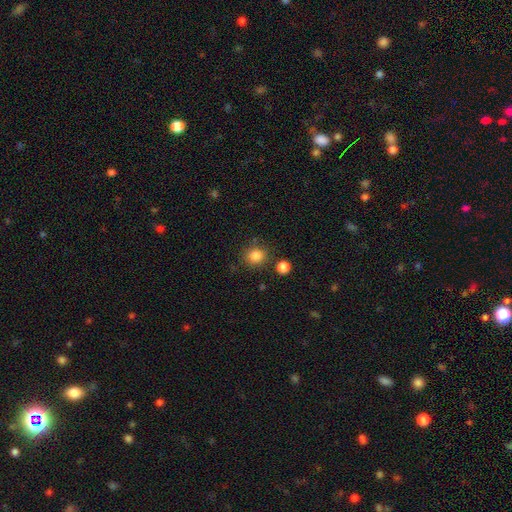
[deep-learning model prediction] Smooth or featured? smooth (84%)
How rounded? round (87%)
Merging? none (81%)